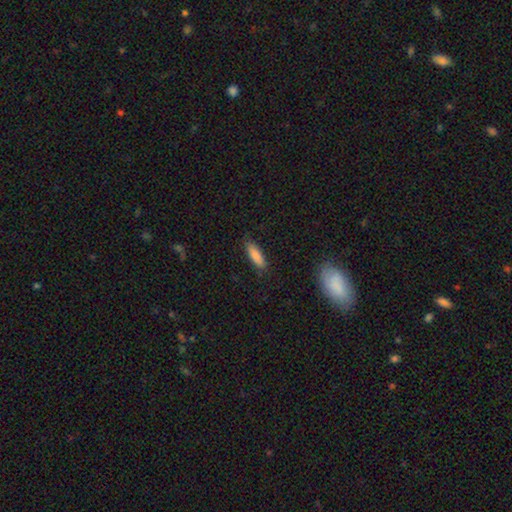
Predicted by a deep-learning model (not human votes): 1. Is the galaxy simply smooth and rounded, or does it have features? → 86% smooth, 8% featured or disk, 6% star or artifact.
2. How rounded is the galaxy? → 51% cigar-shaped, 48% in between, 2% round.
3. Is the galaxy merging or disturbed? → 84% none, 12% minor disturbance, 3% major disturbance, 1% merger.